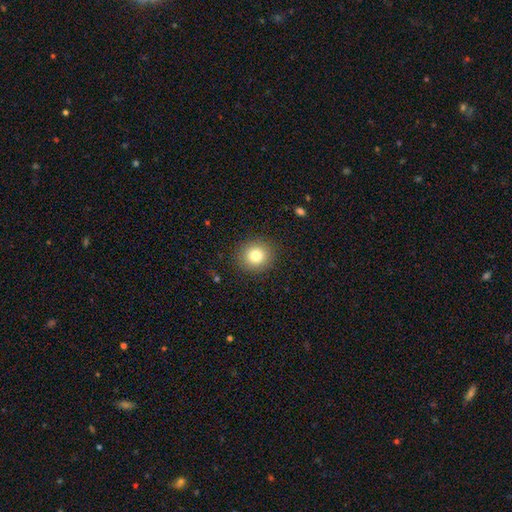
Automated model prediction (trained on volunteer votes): This appears to be a smooth galaxy with no disk features (81%) that is round (88%). Merging: none (89%).